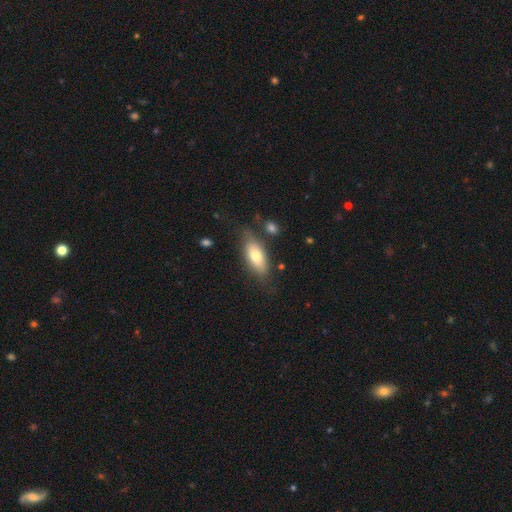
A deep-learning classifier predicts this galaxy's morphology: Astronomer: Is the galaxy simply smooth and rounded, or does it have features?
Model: smooth — 68%.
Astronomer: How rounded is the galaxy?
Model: in between — 81%.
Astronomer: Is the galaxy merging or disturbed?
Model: none — 69%.